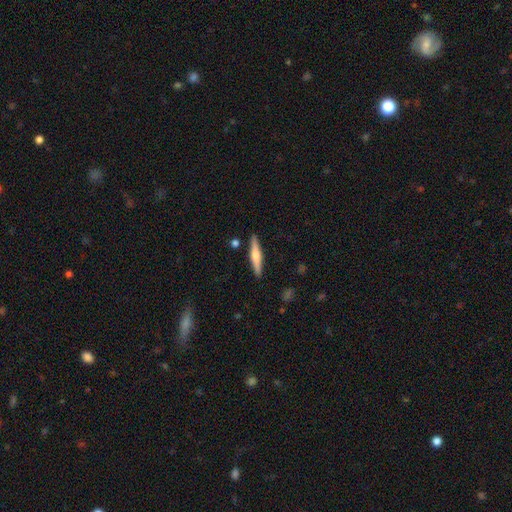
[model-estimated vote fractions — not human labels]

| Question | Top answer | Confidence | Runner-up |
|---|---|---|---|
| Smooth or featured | featured or disk | 54% | smooth (41%) |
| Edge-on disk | yes | 97% | no (3%) |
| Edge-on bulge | rounded | 80% | boxy (12%) |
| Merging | none | 90% | minor disturbance (7%) |